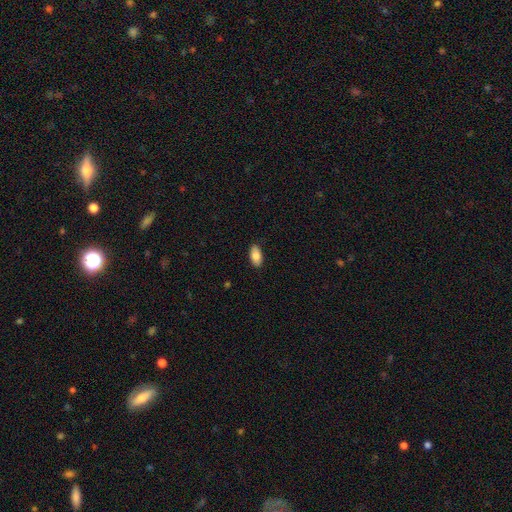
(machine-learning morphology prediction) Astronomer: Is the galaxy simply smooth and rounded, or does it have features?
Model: smooth — 84%.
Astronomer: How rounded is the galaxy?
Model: in between — 92%.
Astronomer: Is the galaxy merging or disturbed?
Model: none — 88%.